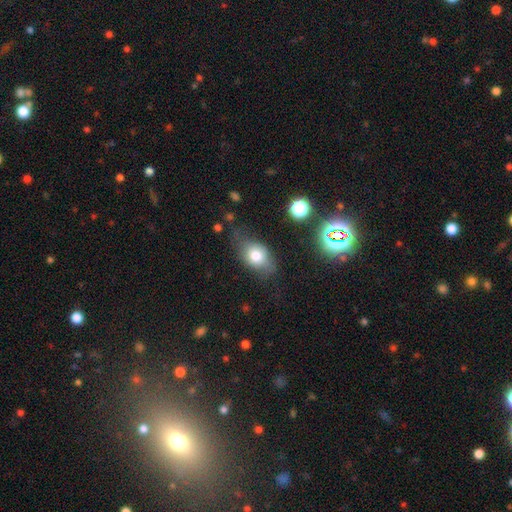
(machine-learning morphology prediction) Smooth or featured? Predicted: smooth (p=0.72). How rounded? Predicted: in between (p=0.72). Merging? Predicted: none (p=0.57).